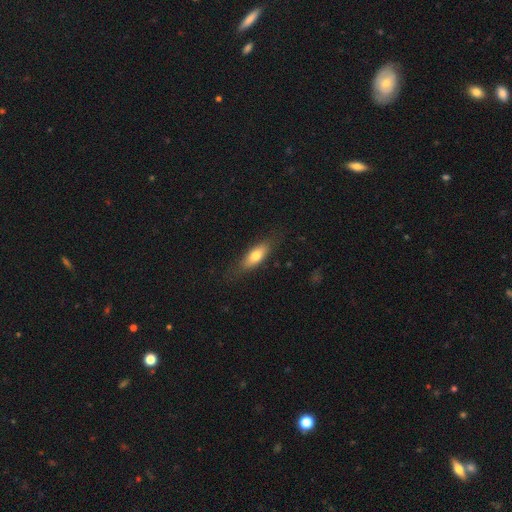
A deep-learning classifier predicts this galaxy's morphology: A smooth galaxy with no disk features (71%) that is in between round and cigar-shaped (66%).

Vote fractions:
- Smooth or featured? smooth: 71% / featured or disk: 23% / star or artifact: 6%
- How rounded? in between: 66% / cigar-shaped: 31% / round: 3%
- Merging? none: 80% / minor disturbance: 15% / major disturbance: 4% / merger: 1%